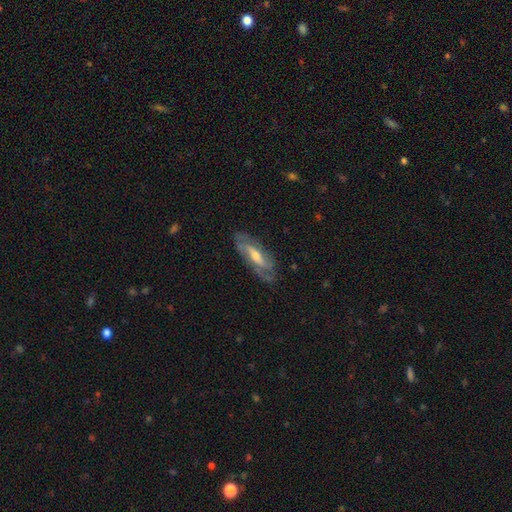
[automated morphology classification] A featured or disk galaxy (74%) with a weak bar (40%), spiral arms (83%) and a moderate central bulge (57%).

Vote fractions:
- Smooth or featured? featured or disk: 74% / smooth: 20% / star or artifact: 6%
- Edge-on disk? no: 78% / yes: 22%
- Bar? weak: 40% / strong: 31% / no: 29%
- Spiral arms? yes: 83% / no: 17%
- Bulge size? moderate: 57% / small: 36% / large: 5% / none: 2% / dominant: 1%
- Merging? none: 77% / minor disturbance: 16% / major disturbance: 6% / merger: 1%